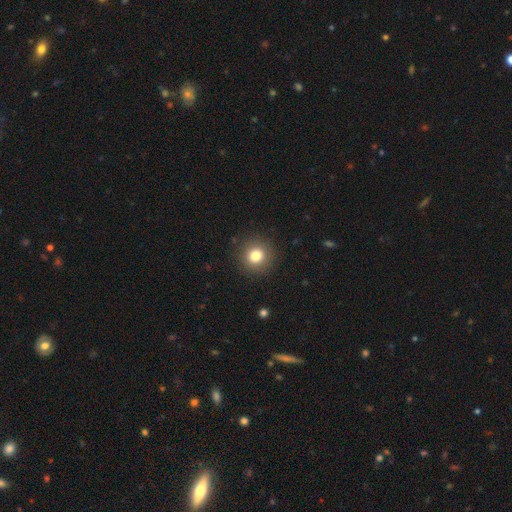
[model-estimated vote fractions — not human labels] The model was most divided on "smooth or featured": smooth: 81%, star or artifact: 12%, featured or disk: 8%. More confident: how rounded — round (92%); merging — none (90%).